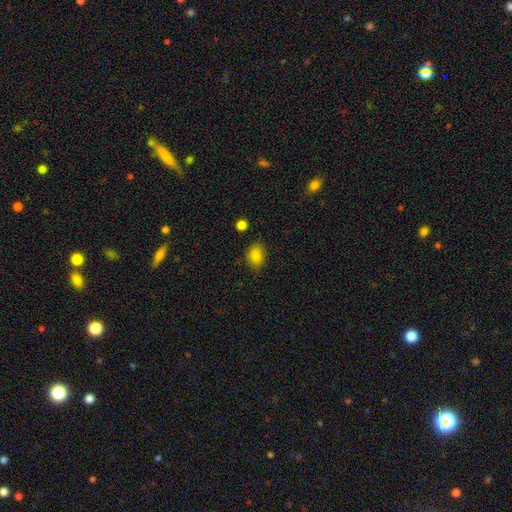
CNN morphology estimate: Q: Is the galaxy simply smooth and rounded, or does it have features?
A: smooth — 85%.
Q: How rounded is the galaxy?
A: in between — 73%.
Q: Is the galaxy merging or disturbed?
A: none — 80%.